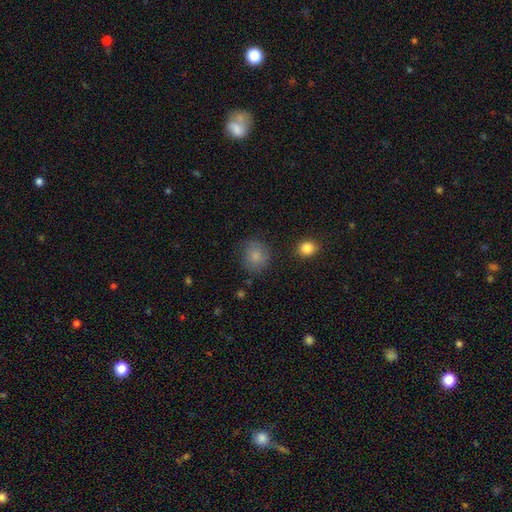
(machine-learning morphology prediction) Q: Smooth or featured?
A: smooth (83%); runner-up: star or artifact (10%)
Q: How rounded?
A: round (81%); runner-up: in between (18%)
Q: Merging?
A: none (80%); runner-up: minor disturbance (13%)